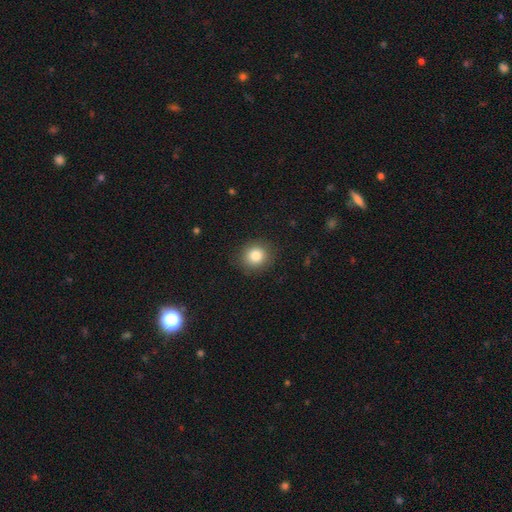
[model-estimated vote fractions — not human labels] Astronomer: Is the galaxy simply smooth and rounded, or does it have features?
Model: smooth — 83%.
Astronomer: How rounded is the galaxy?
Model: round — 86%.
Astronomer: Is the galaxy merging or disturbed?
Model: none — 88%.